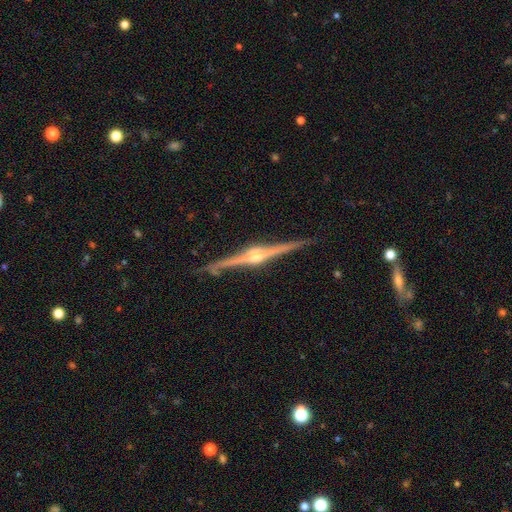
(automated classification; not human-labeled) Overall: featured or disk (90%). Edge-on disk: yes (98%). Edge-on bulge: rounded (95%). Merging: none (87%).